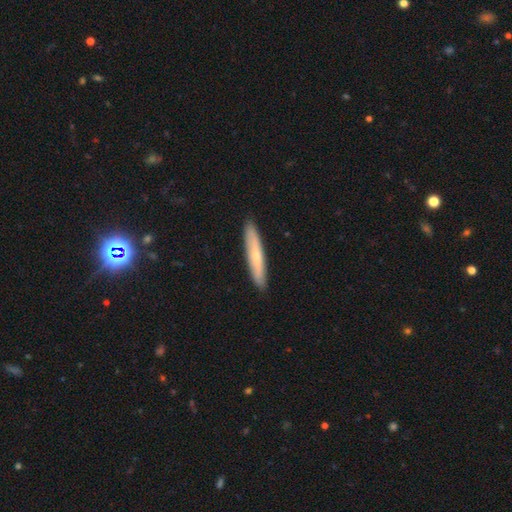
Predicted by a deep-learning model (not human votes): Smooth or featured? smooth (59%)
How rounded? cigar-shaped (92%)
Merging? none (91%)